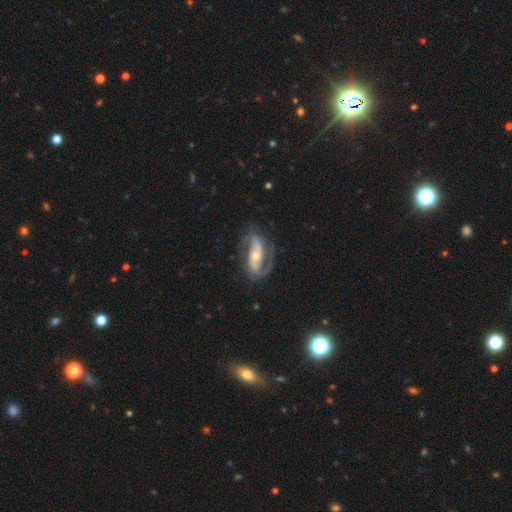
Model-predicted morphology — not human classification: The model was most divided on "bar": strong: 39%, no: 33%, weak: 28%. Remaining: edge-on disk — no (95%); spiral arms — yes (95%); smooth or featured — featured or disk (87%); spiral arm count — 2 (86%); merging — none (72%); bulge size — moderate (54%); spiral winding — medium (48%).